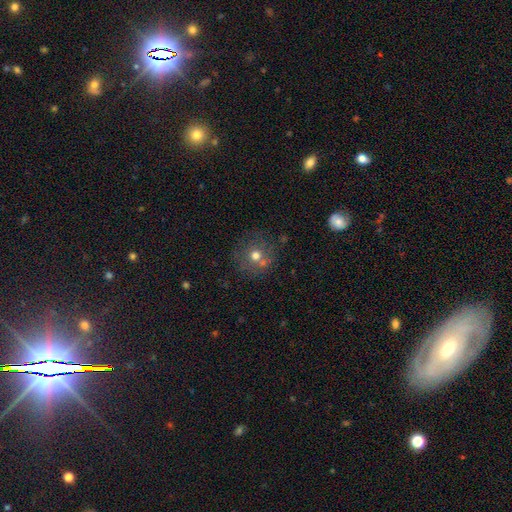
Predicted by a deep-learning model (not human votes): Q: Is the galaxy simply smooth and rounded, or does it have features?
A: smooth — 65%.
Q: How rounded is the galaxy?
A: round — 90%.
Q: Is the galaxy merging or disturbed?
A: none — 68%.